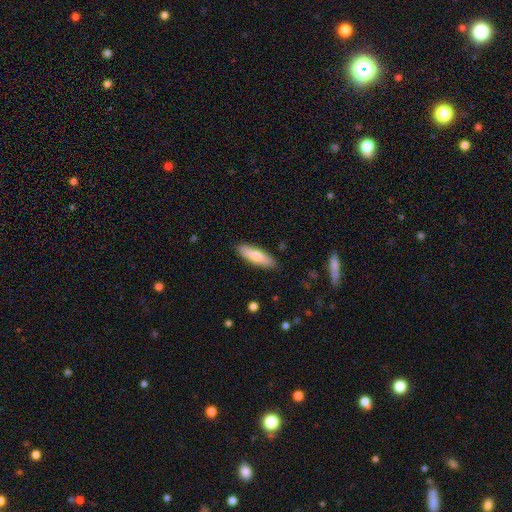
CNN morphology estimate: Overall: smooth (75%). How rounded: cigar-shaped (53%; in between 45%). Merging: none (88%).